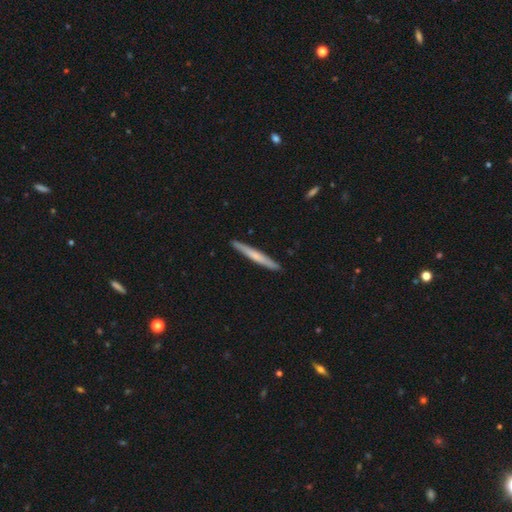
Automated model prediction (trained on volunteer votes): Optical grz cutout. It shows a smooth galaxy with no disk features (58%) that is cigar-shaped (96%). Merging: none (91%).